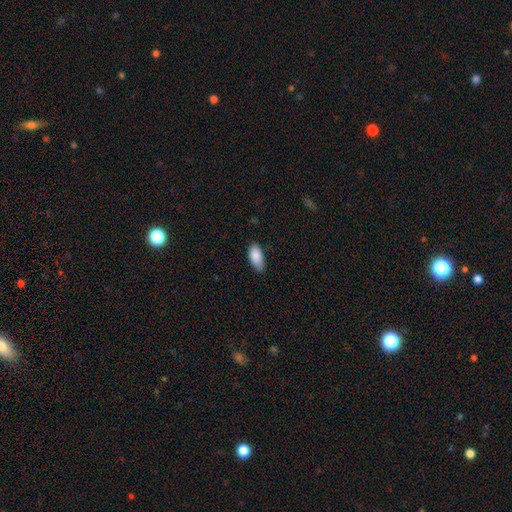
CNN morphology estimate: Overall: smooth (88%). How rounded: in between (93%). Merging: none (67%; minor disturbance 28%).